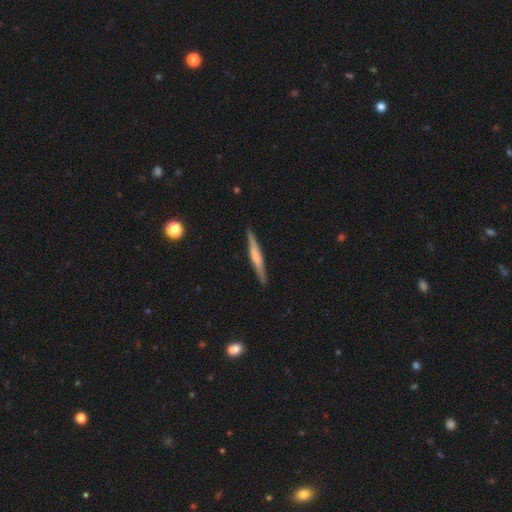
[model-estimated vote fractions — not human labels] Overall: featured or disk (51%; smooth 44%). Edge-on disk: yes (97%). Merging: none (90%).